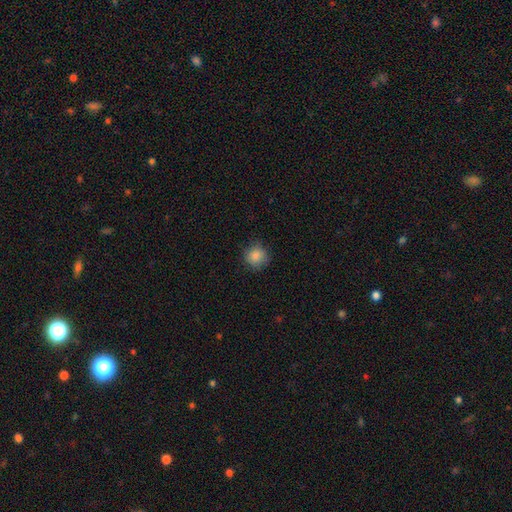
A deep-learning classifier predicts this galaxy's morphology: smooth-or-featured: smooth: 86% | star or artifact: 10% | featured or disk: 4%
  how-rounded: round: 90% | in between: 9% | cigar-shaped: 1%
  merging: none: 83% | minor disturbance: 13% | major disturbance: 3% | merger: 1%